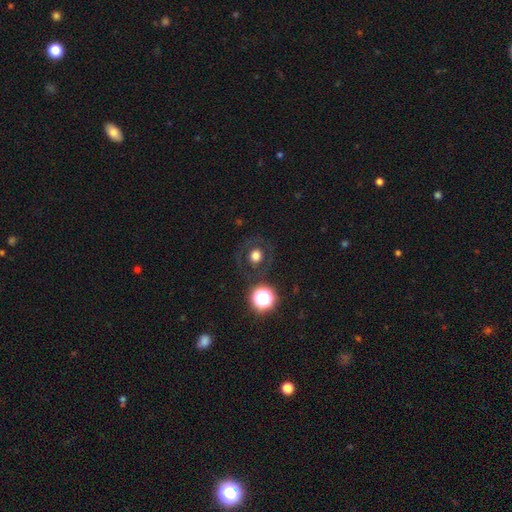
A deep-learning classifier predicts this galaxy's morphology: type=smooth (61%); roundness=round (86%); merging=none (81%).